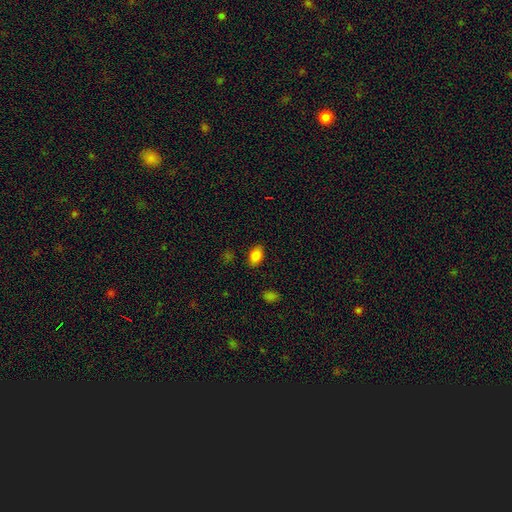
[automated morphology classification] Smooth or featured? Predicted: smooth (p=0.83). How rounded? Predicted: in between (p=0.89). Merging? Predicted: none (p=0.86).